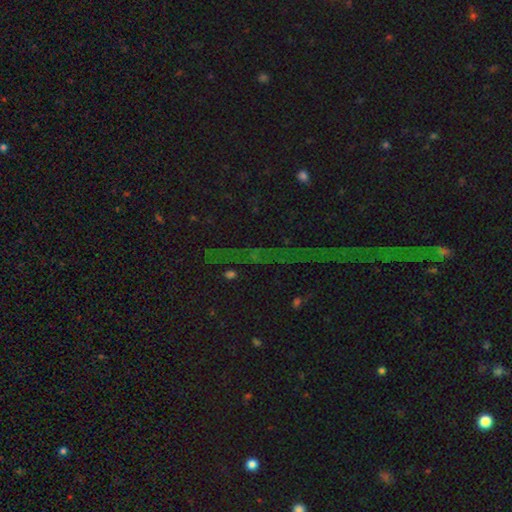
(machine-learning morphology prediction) The model was most divided on "smooth or featured": star or artifact: 83%, featured or disk: 9%, smooth: 9%.